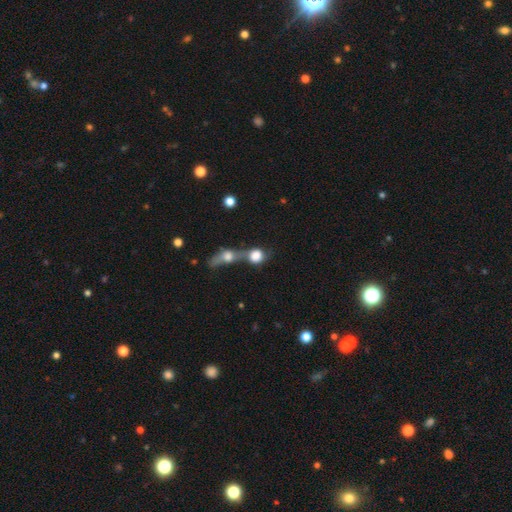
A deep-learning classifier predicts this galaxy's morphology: Smooth or featured: smooth — 70% (featured or disk — 20%)
How rounded: round — 66% (in between — 29%)
Merging: merger — 69% (none — 17%)